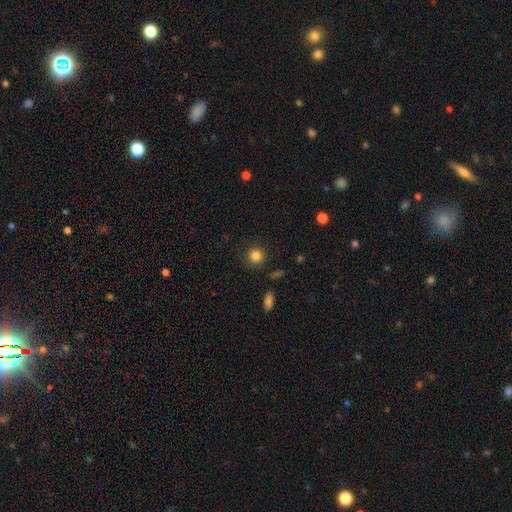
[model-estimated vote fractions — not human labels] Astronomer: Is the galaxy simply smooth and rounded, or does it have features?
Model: smooth — 84%.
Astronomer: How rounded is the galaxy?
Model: round — 91%.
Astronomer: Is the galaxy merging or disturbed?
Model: none — 87%.